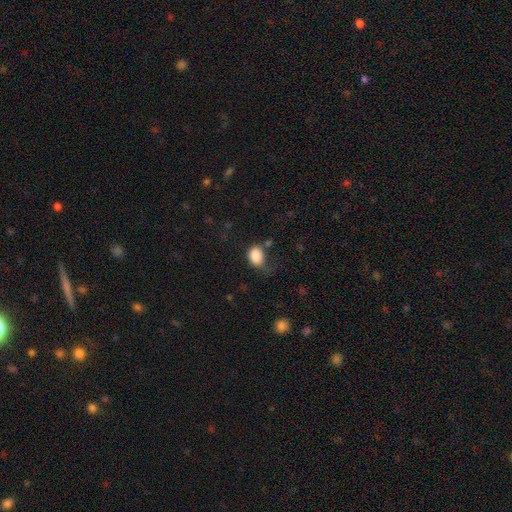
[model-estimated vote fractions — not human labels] Q: Smooth or featured?
A: smooth (86%); runner-up: star or artifact (9%)
Q: How rounded?
A: in between (64%); runner-up: round (35%)
Q: Merging?
A: none (55%); runner-up: minor disturbance (27%)